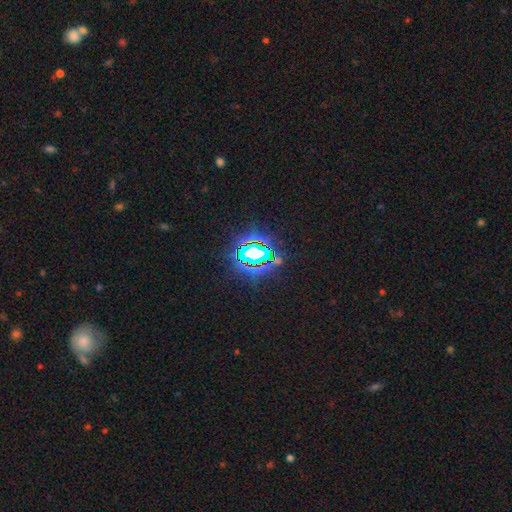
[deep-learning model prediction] This appears to be a star or artifact, not a galaxy (74%).